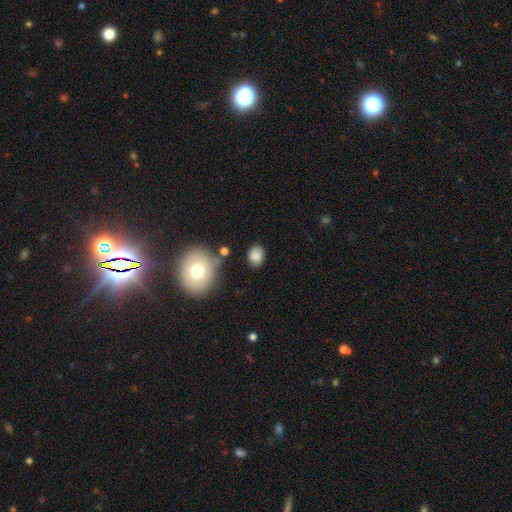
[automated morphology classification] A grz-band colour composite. It shows a smooth galaxy with no disk features (84%) that is in between round and cigar-shaped (52%). Merging: none (75%).